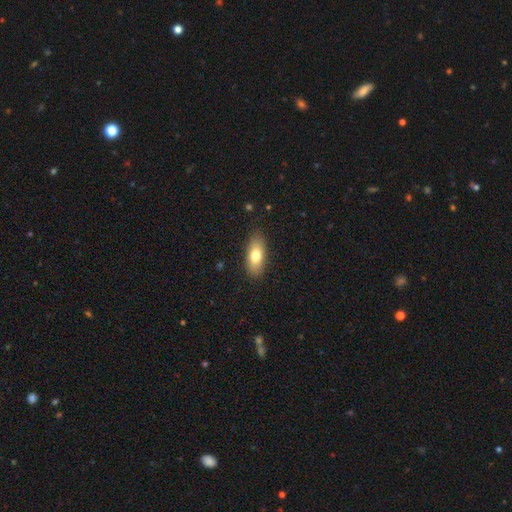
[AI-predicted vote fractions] Smooth or featured? Predicted: smooth (p=0.75). How rounded? Predicted: in between (p=0.80). Merging? Predicted: none (p=0.85).